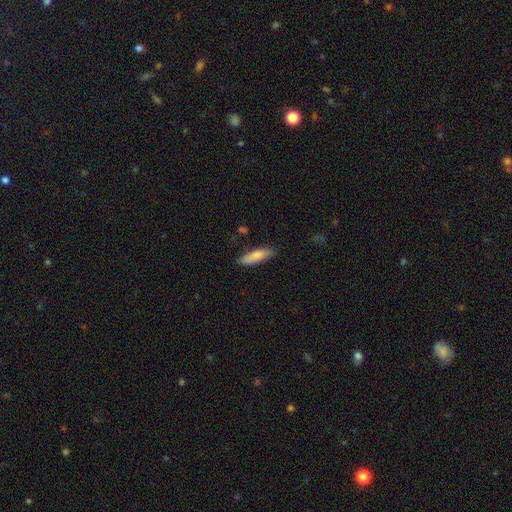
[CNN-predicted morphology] The model was most divided on "how rounded": cigar-shaped: 60%, in between: 39%, round: 2%. More confident: smooth or featured — smooth (83%); merging — none (81%).